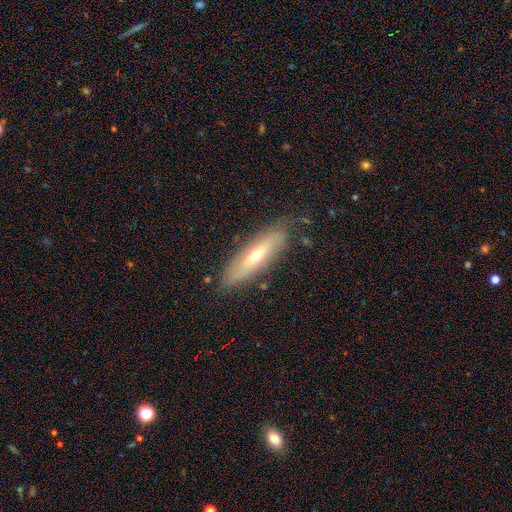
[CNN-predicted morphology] smooth_or_featured: featured or disk (p=0.51) [alt: smooth p=0.42]
disk_edge_on: yes (p=0.60) [alt: no p=0.40]
merging: none (p=0.79) [alt: minor disturbance p=0.14]